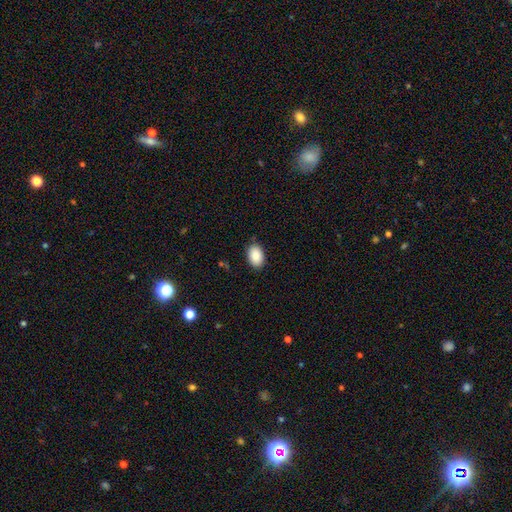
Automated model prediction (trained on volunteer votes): smooth_or_featured: smooth (p=0.88) [alt: star or artifact p=0.07]
how_rounded: in between (p=0.89) [alt: round p=0.10]
merging: none (p=0.86) [alt: minor disturbance p=0.11]